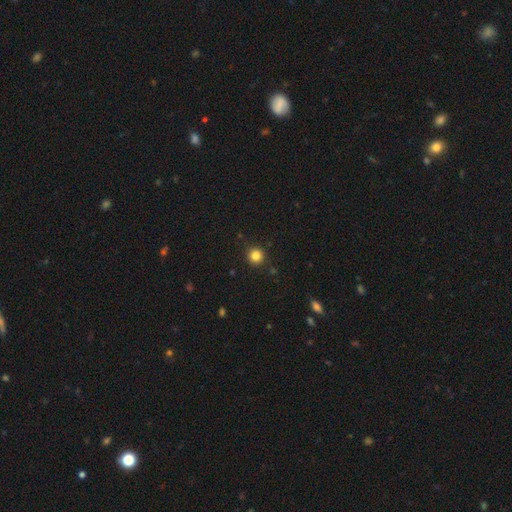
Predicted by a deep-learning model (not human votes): A smooth galaxy with no disk features (83%) that is round (94%). Merging: none (91%).